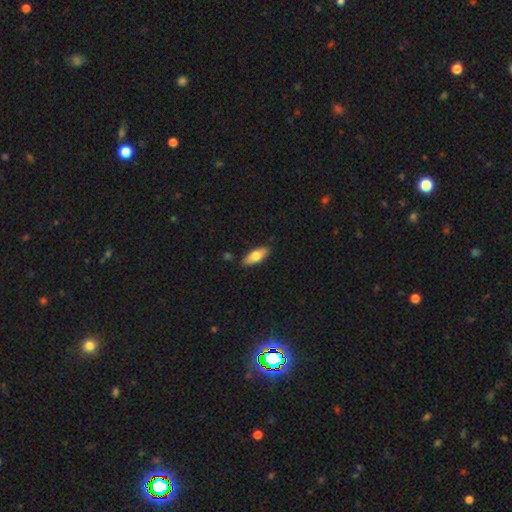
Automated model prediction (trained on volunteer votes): Q: Smooth or featured?
A: smooth (71%); runner-up: featured or disk (23%)
Q: How rounded?
A: in between (71%); runner-up: cigar-shaped (26%)
Q: Merging?
A: none (86%); runner-up: minor disturbance (10%)